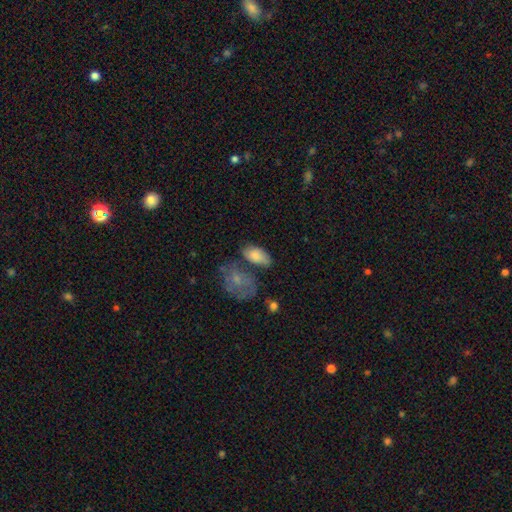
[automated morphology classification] A smooth galaxy with no disk features (77%) that is in between round and cigar-shaped (91%). Merging: none (46%).